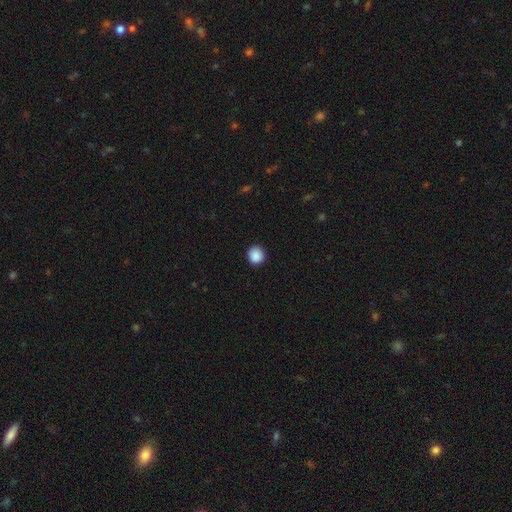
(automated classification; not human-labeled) A smooth galaxy with no disk features (89%) that is round (92%).

Vote fractions:
- Smooth or featured? smooth: 89% / star or artifact: 9% / featured or disk: 2%
- How rounded? round: 92% / in between: 7% / cigar-shaped: 1%
- Merging? none: 91% / minor disturbance: 6% / major disturbance: 2% / merger: 1%